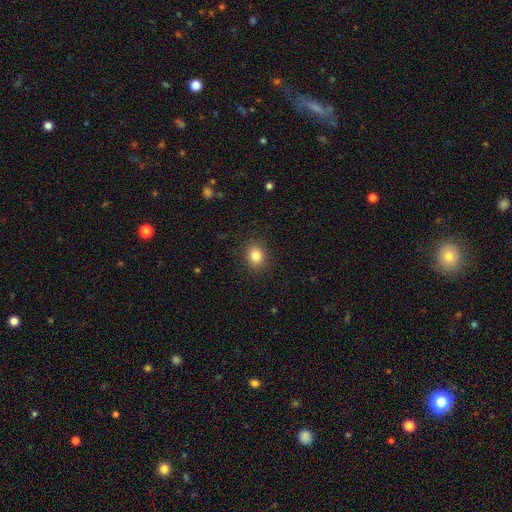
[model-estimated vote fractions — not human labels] A smooth galaxy with no disk features (83%) that is round (73%). Merging: none (90%).